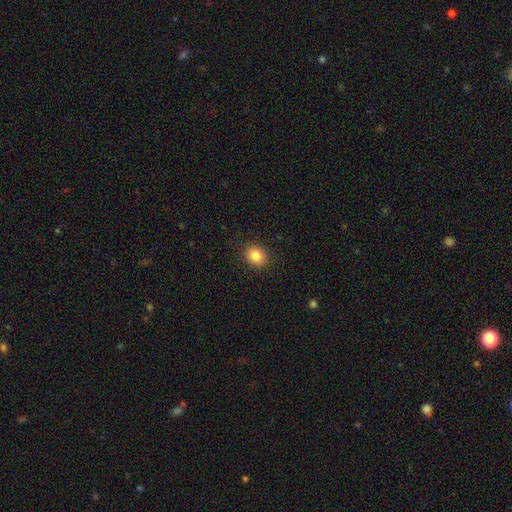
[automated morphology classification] A smooth galaxy with no disk features (83%) that is round (64%).

Vote fractions:
- Smooth or featured? smooth: 83% / star or artifact: 10% / featured or disk: 6%
- How rounded? round: 64% / in between: 35% / cigar-shaped: 1%
- Merging? none: 89% / minor disturbance: 8% / major disturbance: 2% / merger: 1%